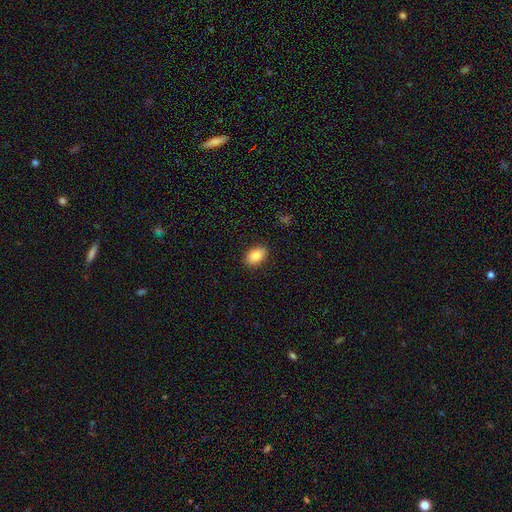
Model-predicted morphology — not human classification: The model was most divided on "smooth or featured": smooth: 84%, star or artifact: 8%, featured or disk: 8%. More confident: merging — none (89%); how rounded — in between (89%).